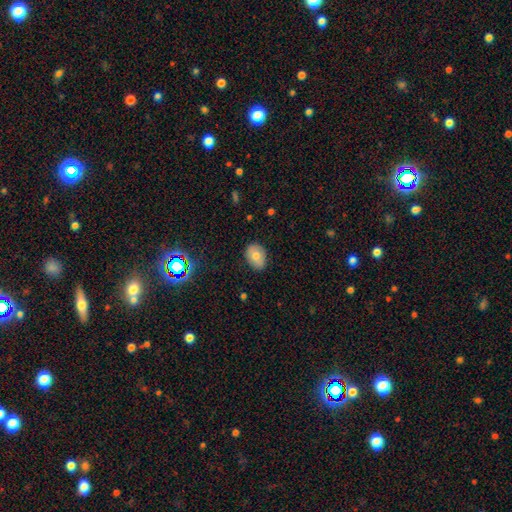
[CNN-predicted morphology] A smooth galaxy with no disk features (71%) that is in between round and cigar-shaped (72%).

Vote fractions:
- Smooth or featured? smooth: 71% / featured or disk: 18% / star or artifact: 10%
- How rounded? in between: 72% / round: 27% / cigar-shaped: 1%
- Merging? none: 80% / minor disturbance: 16% / major disturbance: 3% / merger: 1%